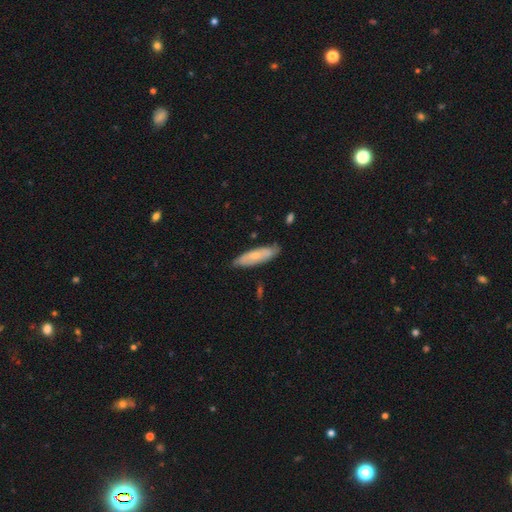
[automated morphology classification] type=smooth (57%); roundness=cigar-shaped (58%); merging=none (78%).